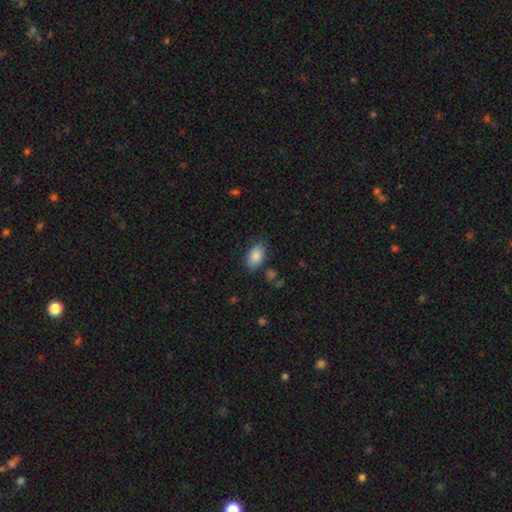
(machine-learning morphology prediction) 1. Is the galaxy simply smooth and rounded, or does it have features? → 86% smooth, 7% star or artifact, 6% featured or disk.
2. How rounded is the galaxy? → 92% in between, 6% round, 2% cigar-shaped.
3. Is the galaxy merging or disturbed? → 80% none, 14% minor disturbance, 4% major disturbance, 2% merger.